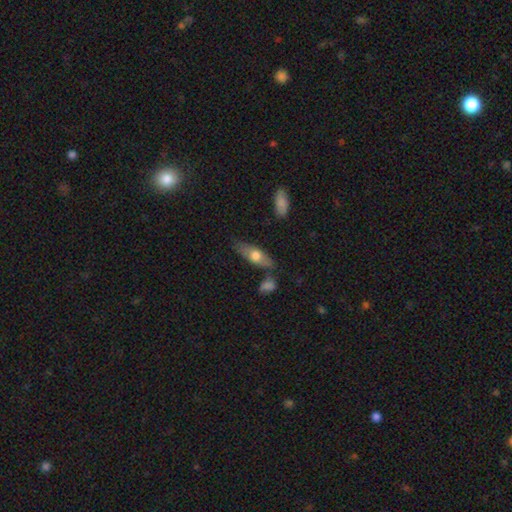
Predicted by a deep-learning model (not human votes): A smooth galaxy with no disk features (59%) that is in between round and cigar-shaped (59%).

Vote fractions:
- Smooth or featured? smooth: 59% / featured or disk: 35% / star or artifact: 6%
- How rounded? in between: 59% / cigar-shaped: 37% / round: 3%
- Merging? none: 72% / minor disturbance: 17% / merger: 7% / major disturbance: 4%